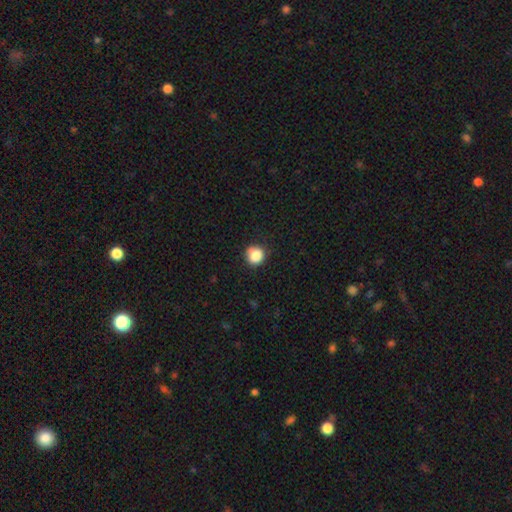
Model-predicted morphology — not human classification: smooth 84%, star or artifact 10%, featured or disk 6%. Down the decision tree: how rounded — round (86%); merging — none (72%).